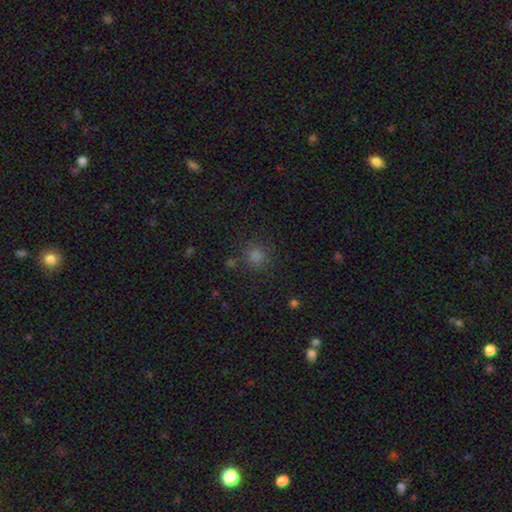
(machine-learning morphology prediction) Overall: smooth (72%). How rounded: round (91%). Merging: none (85%).